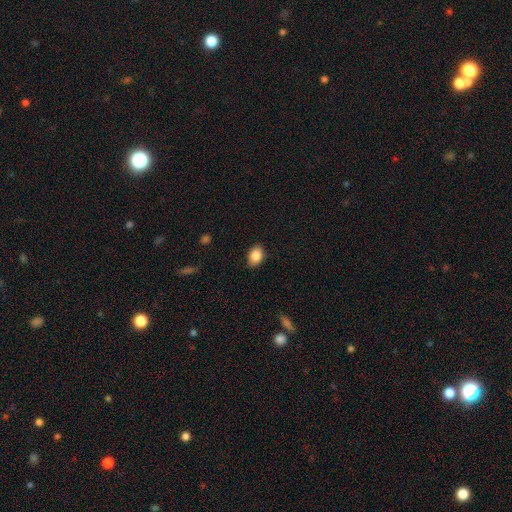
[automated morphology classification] Overall: smooth (86%). How rounded: in between (80%). Merging: none (85%).